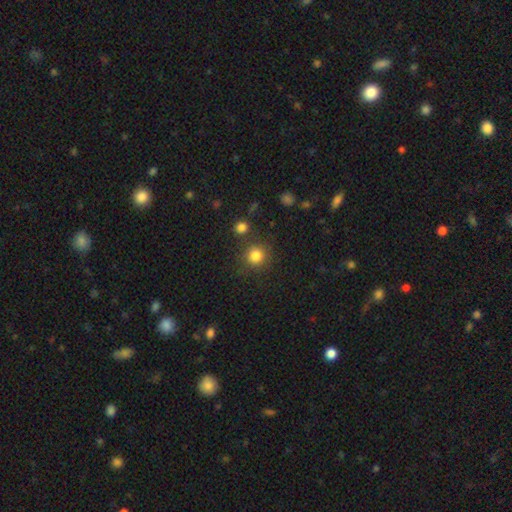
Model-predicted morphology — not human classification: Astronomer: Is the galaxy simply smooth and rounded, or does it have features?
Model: smooth — 83%.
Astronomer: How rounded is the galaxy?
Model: round — 92%.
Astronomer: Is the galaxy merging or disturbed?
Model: none — 81%.